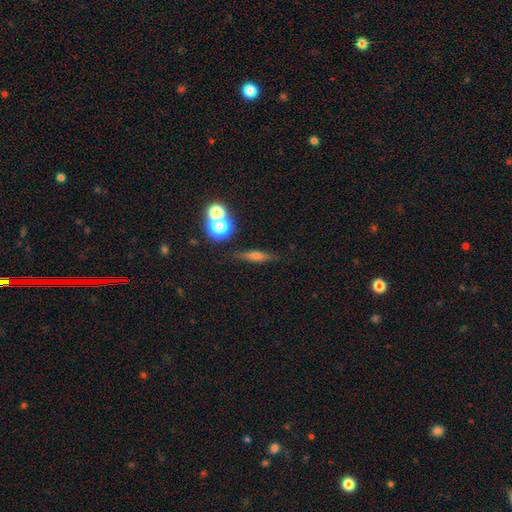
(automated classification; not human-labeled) Smooth or featured?
  - featured or disk: 47% *
  - smooth: 35%
  - star or artifact: 18%
Merging?
  - none: 83% *
  - minor disturbance: 10%
  - merger: 4%
  - major disturbance: 3%